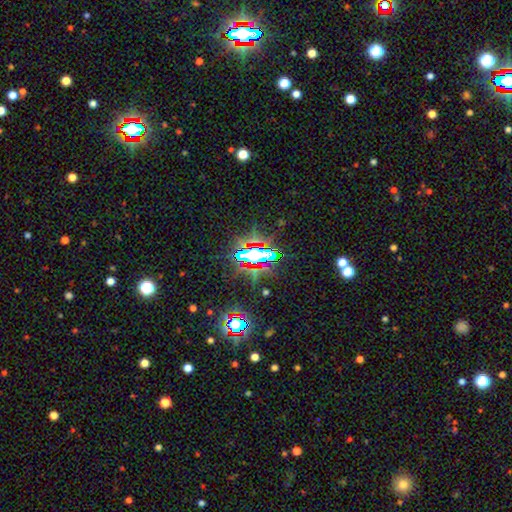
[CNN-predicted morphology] The model was most divided on "smooth or featured": star or artifact: 73%, smooth: 15%, featured or disk: 12%.